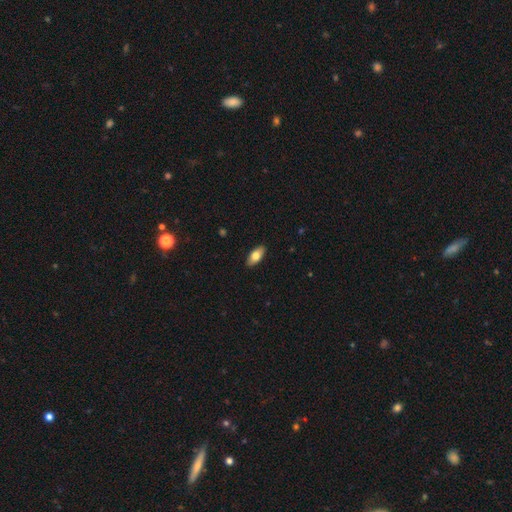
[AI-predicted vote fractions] A smooth galaxy with no disk features (75%) that is in between round and cigar-shaped (87%). Merging: none (90%).